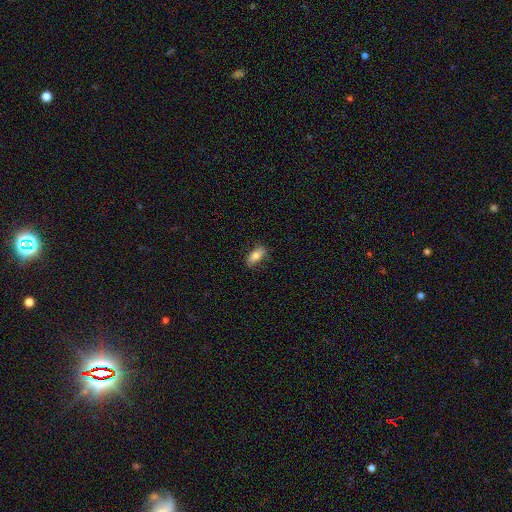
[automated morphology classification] Smooth or featured: smooth — 74% (featured or disk — 19%)
How rounded: in between — 85% (cigar-shaped — 11%)
Merging: none — 78% (minor disturbance — 17%)